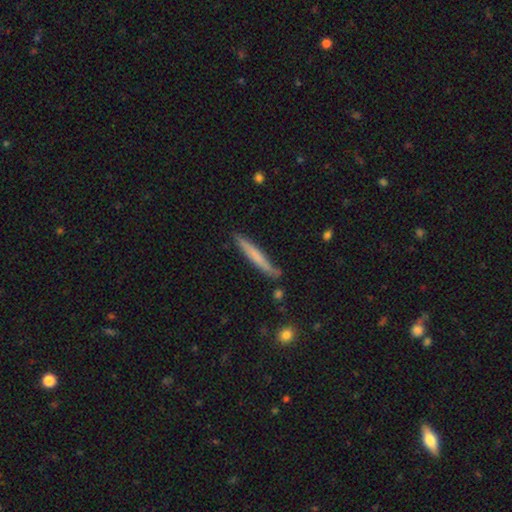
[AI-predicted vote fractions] smooth-or-featured: smooth: 59% | featured or disk: 35% | star or artifact: 6%
  how-rounded: cigar-shaped: 96% | in between: 3% | round: 1%
  merging: none: 81% | minor disturbance: 14% | merger: 3% | major disturbance: 2%